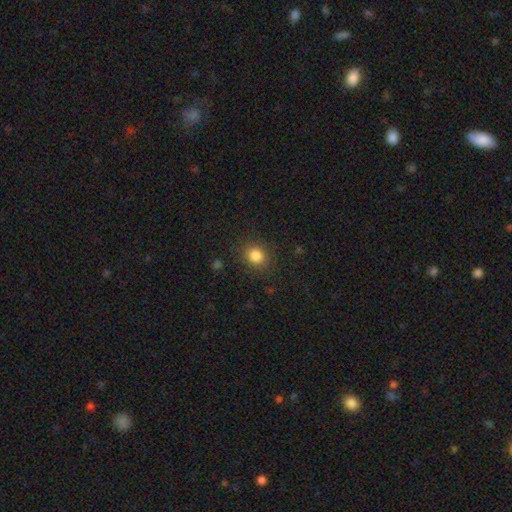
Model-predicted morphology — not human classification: A smooth galaxy with no disk features (83%) that is round (76%).

Vote fractions:
- Smooth or featured? smooth: 83% / star or artifact: 12% / featured or disk: 5%
- How rounded? round: 76% / in between: 23% / cigar-shaped: 1%
- Merging? none: 87% / minor disturbance: 9% / major disturbance: 3% / merger: 1%